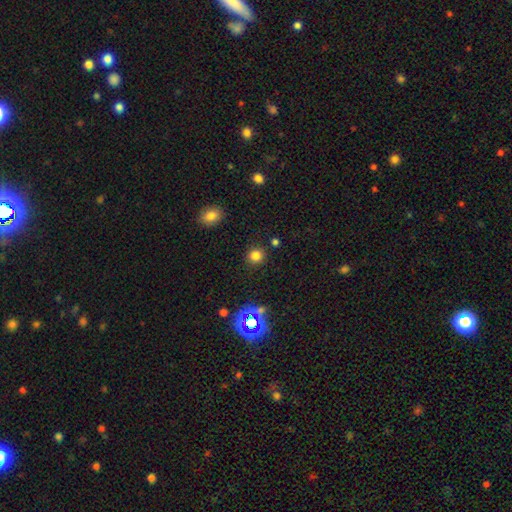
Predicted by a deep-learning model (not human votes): Overall: smooth (76%). How rounded: round (90%). Merging: none (88%).